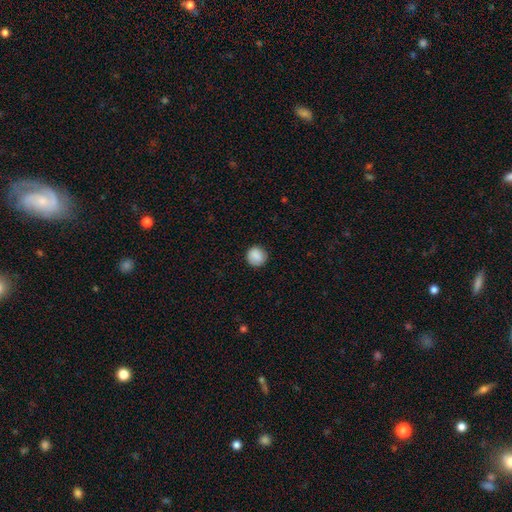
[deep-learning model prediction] Morphology: type=smooth (87%); roundness=round (91%); merging=none (88%).